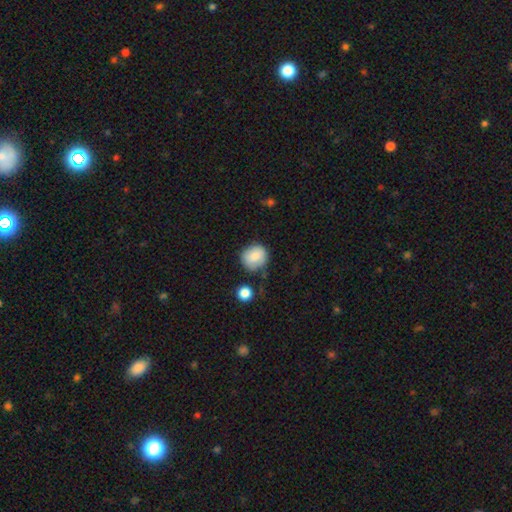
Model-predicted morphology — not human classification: Smooth or featured? smooth (82%)
How rounded? round (88%)
Merging? none (73%)